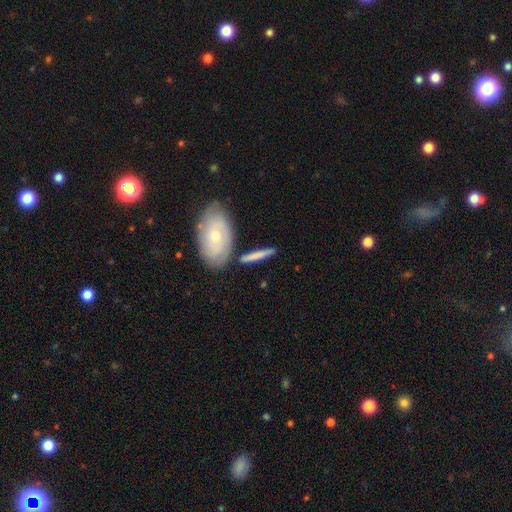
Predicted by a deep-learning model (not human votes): Smooth or featured: smooth — 63% (featured or disk — 31%)
How rounded: cigar-shaped — 78% (in between — 18%)
Merging: none — 73% (minor disturbance — 13%)